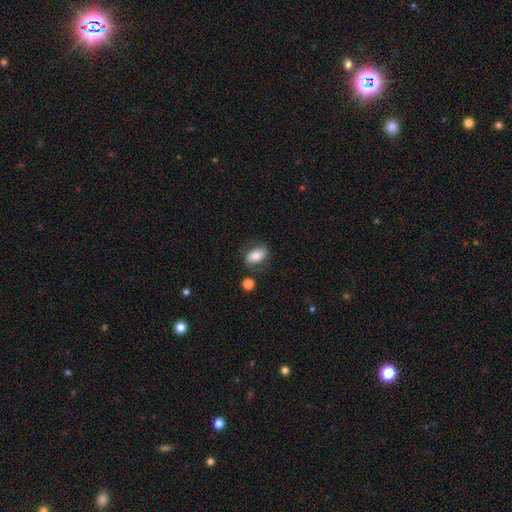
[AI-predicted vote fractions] Smooth or featured? smooth (67%)
How rounded? in between (87%)
Merging? none (64%)